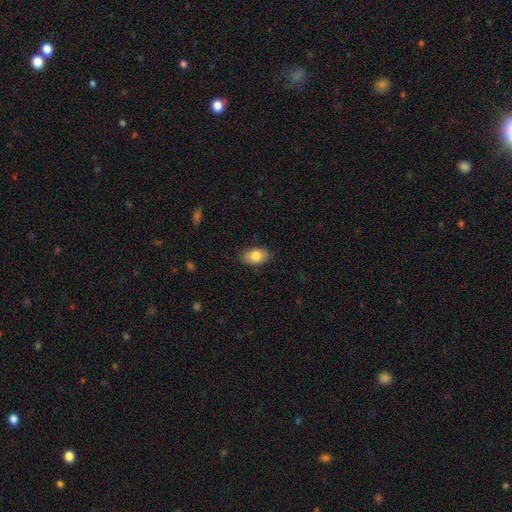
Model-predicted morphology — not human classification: Overall: smooth (84%). How rounded: in between (90%). Merging: none (85%).